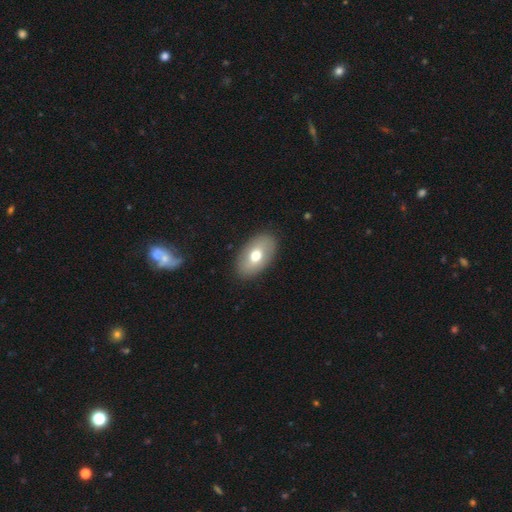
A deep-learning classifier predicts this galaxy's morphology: The model was most divided on "smooth or featured": smooth: 66%, featured or disk: 27%, star or artifact: 7%. More confident: how rounded — in between (92%); merging — none (88%).